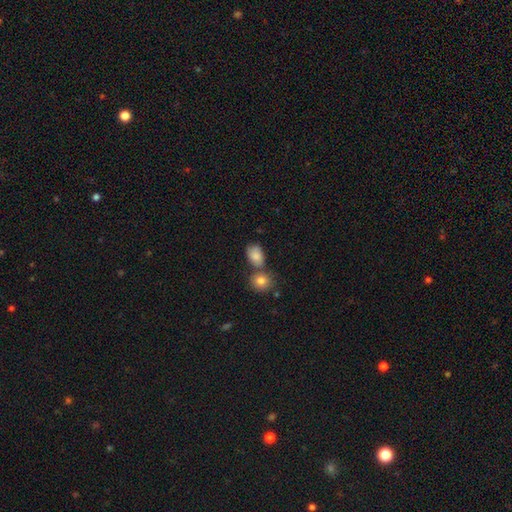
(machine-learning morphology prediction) Smooth or featured?
  - smooth: 83% *
  - featured or disk: 9%
  - star or artifact: 8%
How rounded?
  - in between: 77% *
  - round: 21%
  - cigar-shaped: 2%
Merging?
  - none: 47% *
  - merger: 31%
  - minor disturbance: 16%
  - major disturbance: 5%